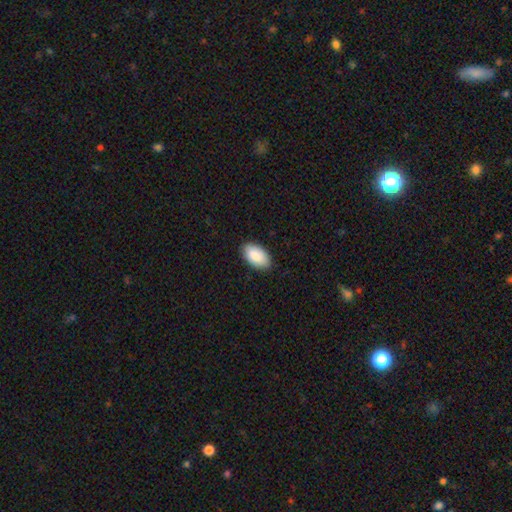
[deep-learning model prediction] smooth_or_featured: smooth (p=0.88) [alt: featured or disk p=0.06]
how_rounded: in between (p=0.95) [alt: round p=0.03]
merging: none (p=0.86) [alt: minor disturbance p=0.11]